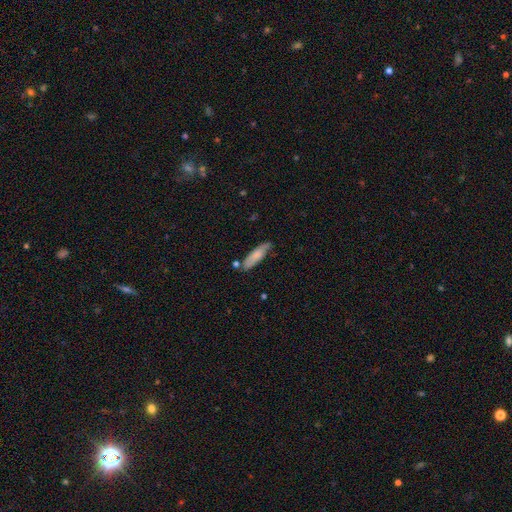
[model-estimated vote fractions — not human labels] Q: Smooth or featured?
A: smooth (75%); runner-up: featured or disk (19%)
Q: How rounded?
A: cigar-shaped (66%); runner-up: in between (33%)
Q: Merging?
A: none (71%); runner-up: minor disturbance (20%)